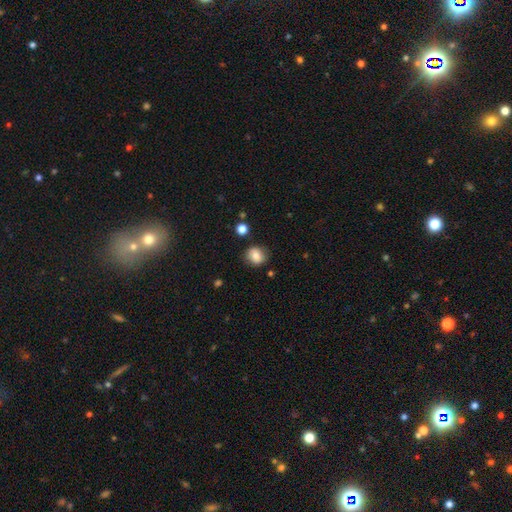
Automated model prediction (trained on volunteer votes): A smooth galaxy with no disk features (79%) that is round (72%).

Vote fractions:
- Smooth or featured? smooth: 79% / featured or disk: 11% / star or artifact: 10%
- How rounded? round: 72% / in between: 27% / cigar-shaped: 1%
- Merging? none: 80% / minor disturbance: 14% / major disturbance: 4% / merger: 3%